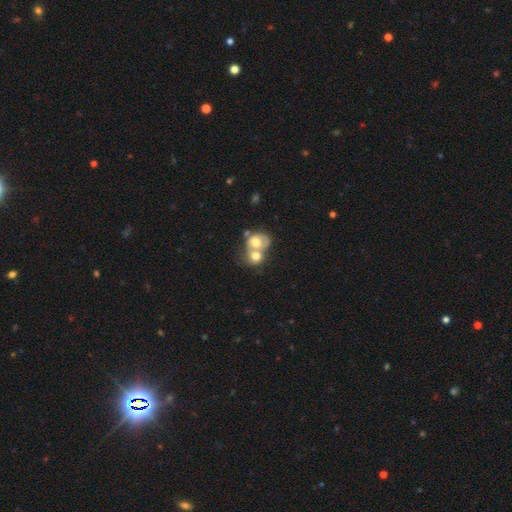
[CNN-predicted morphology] smooth-or-featured: smooth: 62% | featured or disk: 29% | star or artifact: 8%
  how-rounded: round: 61% | in between: 38% | cigar-shaped: 1%
  merging: merger: 77% | none: 13% | minor disturbance: 5% | major disturbance: 5%